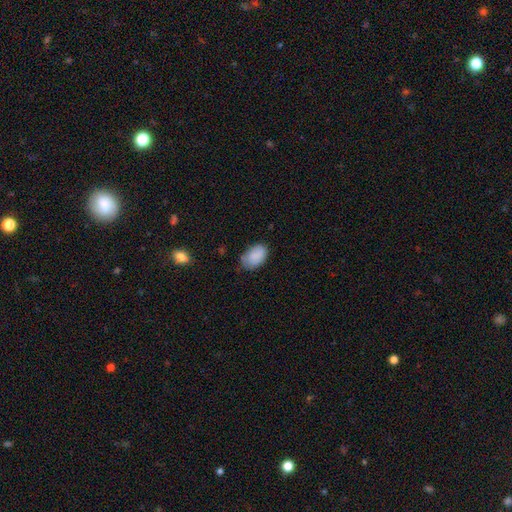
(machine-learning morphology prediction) A smooth galaxy with no disk features (86%) that is in between round and cigar-shaped (86%).

Vote fractions:
- Smooth or featured? smooth: 86% / star or artifact: 7% / featured or disk: 7%
- How rounded? in between: 86% / round: 13% / cigar-shaped: 1%
- Merging? none: 62% / minor disturbance: 30% / major disturbance: 7% / merger: 2%